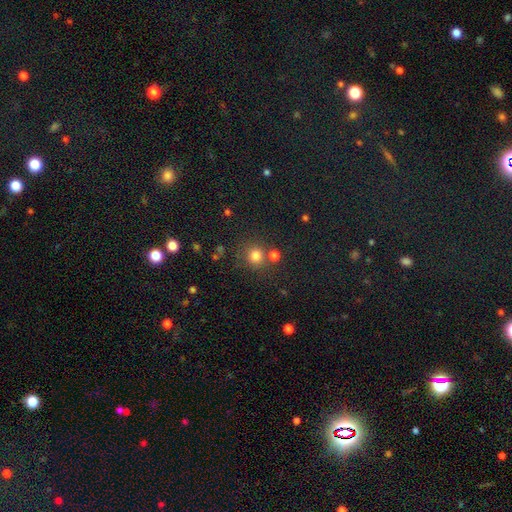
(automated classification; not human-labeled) smooth-or-featured: smooth: 77% | star or artifact: 16% | featured or disk: 7%
  how-rounded: round: 91% | in between: 8% | cigar-shaped: 1%
  merging: none: 73% | merger: 14% | minor disturbance: 9% | major disturbance: 4%